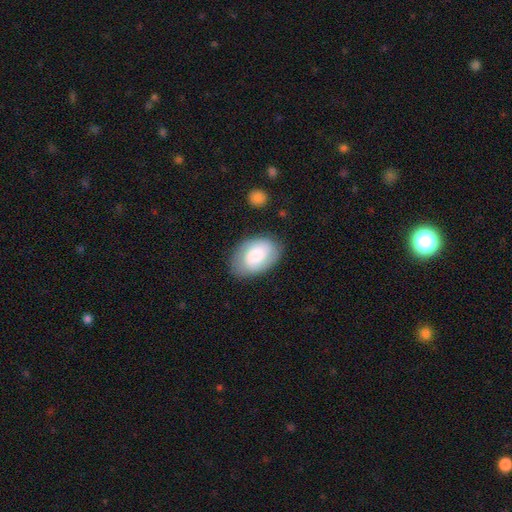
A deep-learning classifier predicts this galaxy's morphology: smooth_or_featured: smooth (p=0.64) [alt: featured or disk p=0.30]
how_rounded: in between (p=0.87) [alt: round p=0.12]
merging: none (p=0.75) [alt: minor disturbance p=0.18]